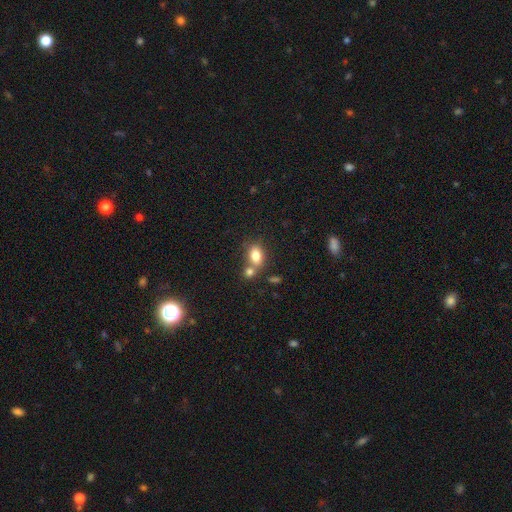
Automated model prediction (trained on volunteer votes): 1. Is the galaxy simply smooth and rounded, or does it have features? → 81% smooth, 10% featured or disk, 9% star or artifact.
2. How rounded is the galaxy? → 80% in between, 18% round, 3% cigar-shaped.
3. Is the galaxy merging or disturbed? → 46% none, 38% merger, 11% minor disturbance, 4% major disturbance.